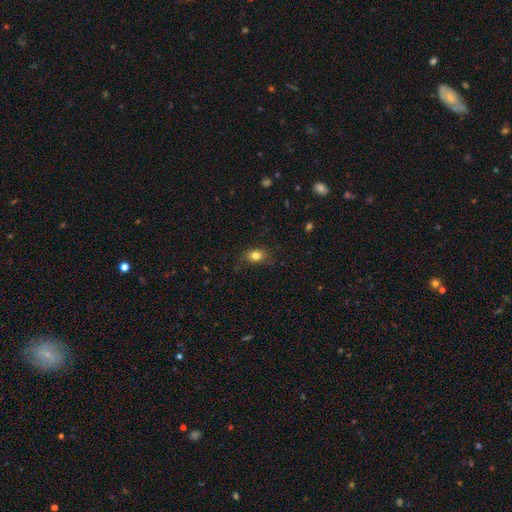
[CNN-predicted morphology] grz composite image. It shows a smooth galaxy with no disk features (81%) that is in between round and cigar-shaped (66%). Merging: none (79%).